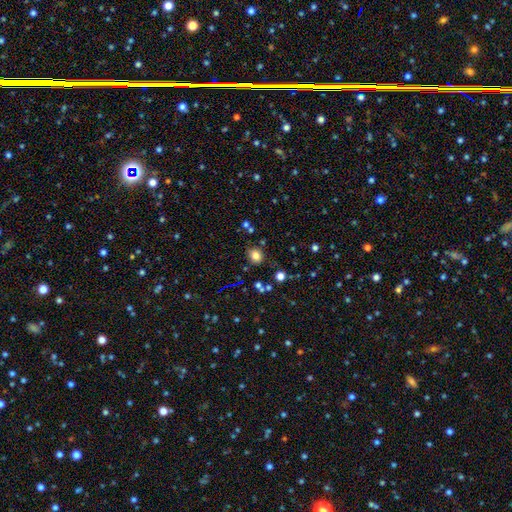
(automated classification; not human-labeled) Smooth or featured? Predicted: smooth (p=0.80). How rounded? Predicted: round (p=0.70). Merging? Predicted: none (p=0.82).